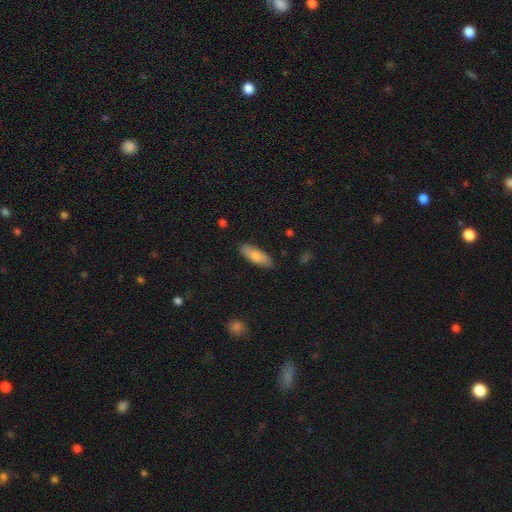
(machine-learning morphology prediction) This is likely a smooth galaxy (76%). How rounded: likely in between (69%). Merging: clearly none (85%).